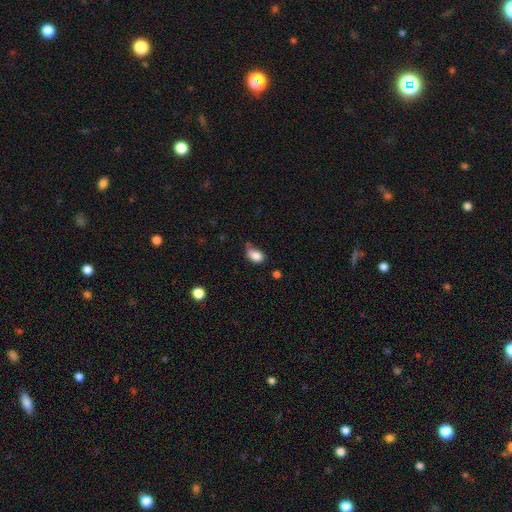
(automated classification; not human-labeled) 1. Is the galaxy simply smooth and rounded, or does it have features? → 85% smooth, 9% star or artifact, 6% featured or disk.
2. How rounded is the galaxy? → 83% in between, 15% round, 2% cigar-shaped.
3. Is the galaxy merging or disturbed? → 51% none, 34% minor disturbance, 9% major disturbance, 7% merger.